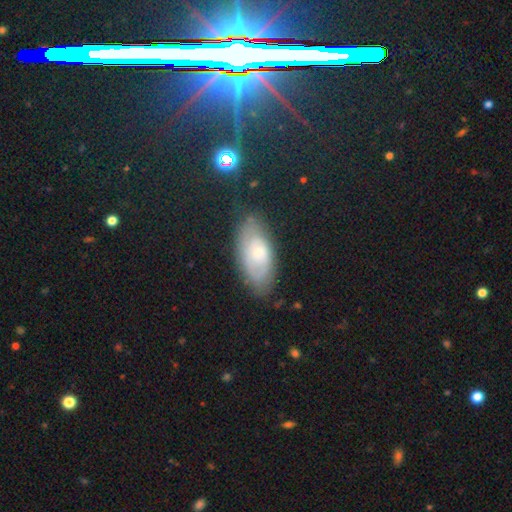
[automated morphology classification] featured or disk 45%, smooth 39%, star or artifact 17%. Down the decision tree: merging — none (77%).